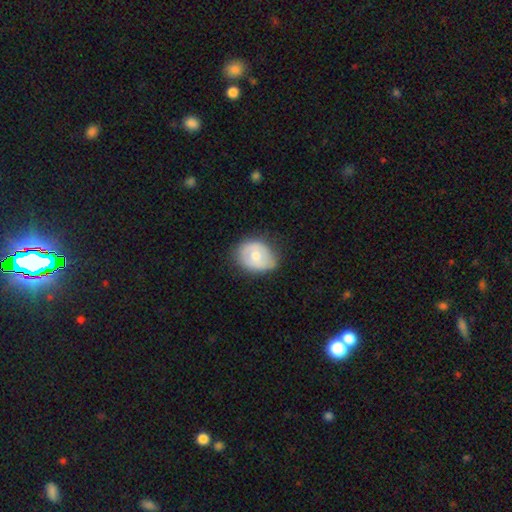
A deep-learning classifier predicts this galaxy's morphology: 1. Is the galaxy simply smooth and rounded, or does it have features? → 55% smooth, 39% featured or disk, 6% star or artifact.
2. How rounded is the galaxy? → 50% round, 49% in between, 1% cigar-shaped.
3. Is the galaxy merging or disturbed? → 66% none, 26% minor disturbance, 6% major disturbance, 2% merger.